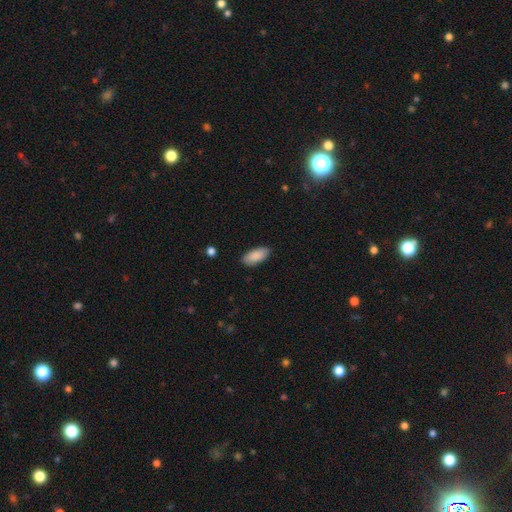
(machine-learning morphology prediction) Smooth or featured? smooth (89%)
How rounded? in between (90%)
Merging? none (87%)